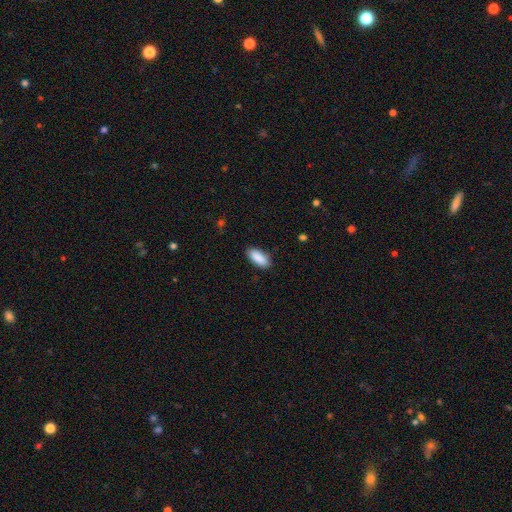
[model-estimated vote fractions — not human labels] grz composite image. It shows a smooth galaxy with no disk features (90%) that is in between round and cigar-shaped (84%). Merging: none (87%).